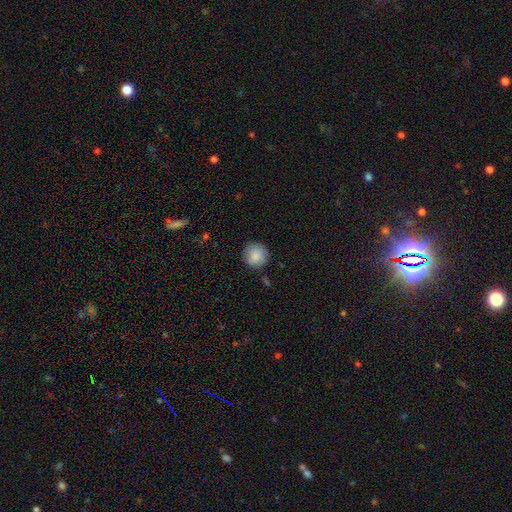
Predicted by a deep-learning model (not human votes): smooth-or-featured: smooth: 87% | star or artifact: 7% | featured or disk: 5%
  how-rounded: round: 94% | in between: 5% | cigar-shaped: 1%
  merging: none: 87% | minor disturbance: 9% | major disturbance: 2% | merger: 1%